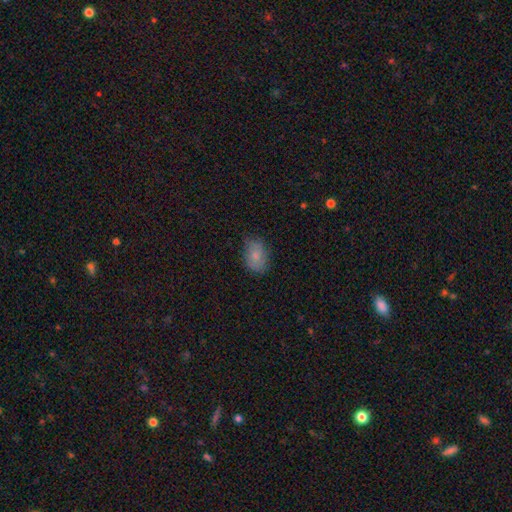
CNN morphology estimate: Smooth or featured? smooth (77%)
How rounded? in between (80%)
Merging? none (70%)